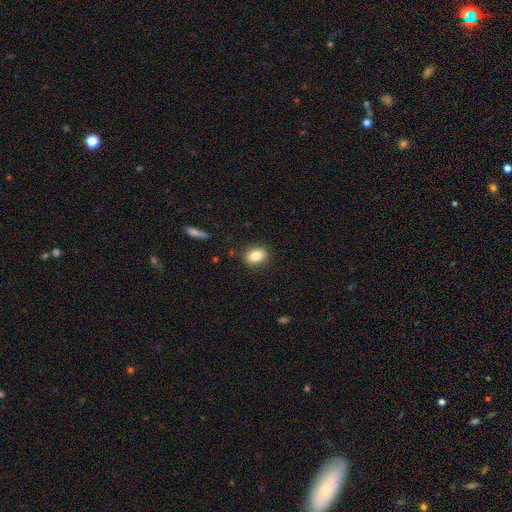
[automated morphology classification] Smooth or featured? smooth (84%)
How rounded? in between (73%)
Merging? none (87%)